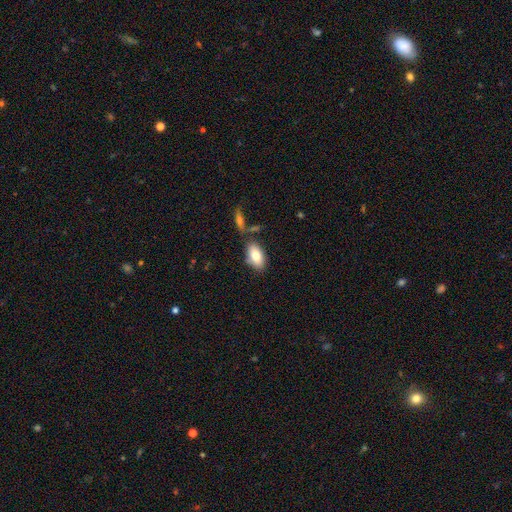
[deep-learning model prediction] Smooth or featured? smooth (78%)
How rounded? in between (93%)
Merging? none (70%)